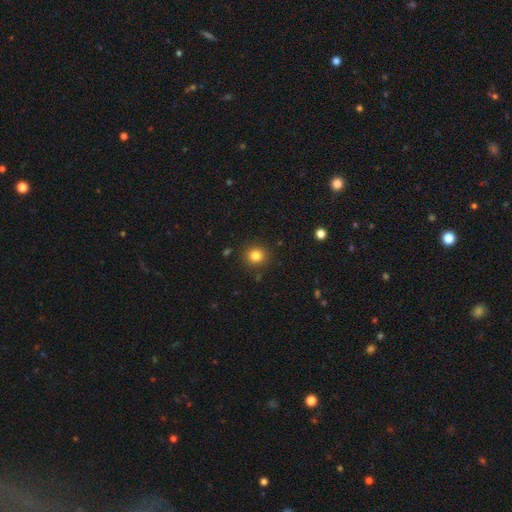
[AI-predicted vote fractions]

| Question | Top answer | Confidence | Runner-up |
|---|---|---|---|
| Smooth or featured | smooth | 83% | star or artifact (12%) |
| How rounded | round | 90% | in between (9%) |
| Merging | none | 89% | minor disturbance (7%) |